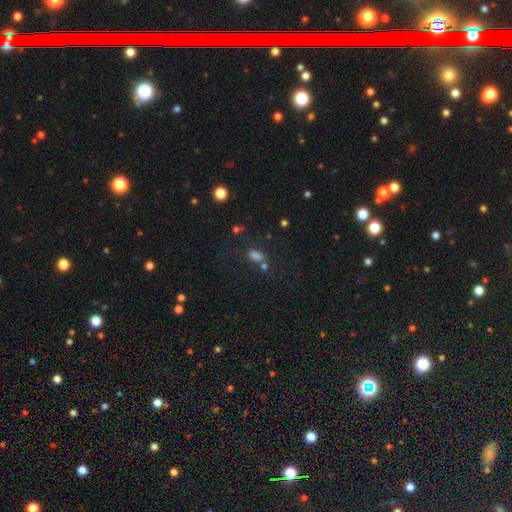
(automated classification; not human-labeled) This is likely a smooth galaxy (68%). How rounded: likely in between (74%). Merging: possibly none (56%).